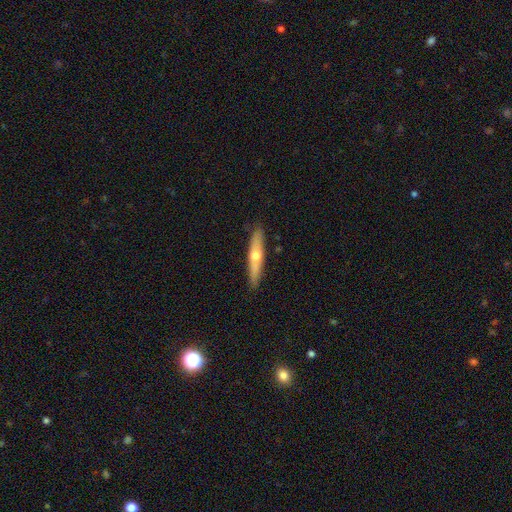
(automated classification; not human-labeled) Smooth or featured? Predicted: featured or disk (p=0.51). Edge-on disk? Predicted: yes (p=0.89). Merging? Predicted: none (p=0.88).